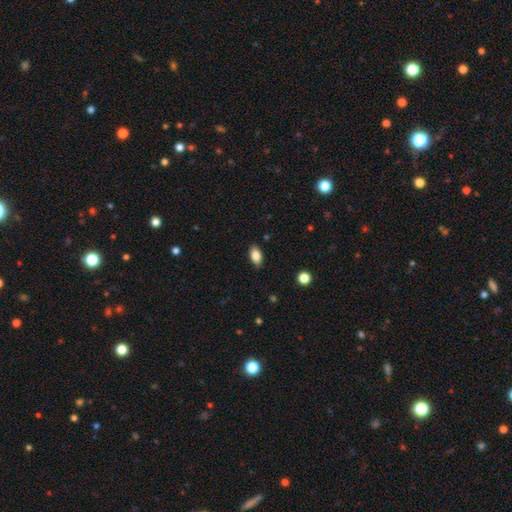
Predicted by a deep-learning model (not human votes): Smooth or featured? Predicted: smooth (p=0.84). How rounded? Predicted: in between (p=0.90). Merging? Predicted: none (p=0.87).